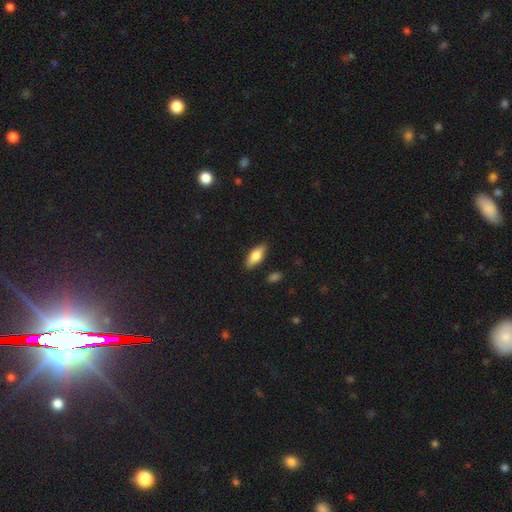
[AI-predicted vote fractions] Smooth or featured?
  - smooth: 78% *
  - featured or disk: 16%
  - star or artifact: 6%
How rounded?
  - in between: 77% *
  - cigar-shaped: 21%
  - round: 2%
Merging?
  - none: 86% *
  - minor disturbance: 10%
  - major disturbance: 2%
  - merger: 2%